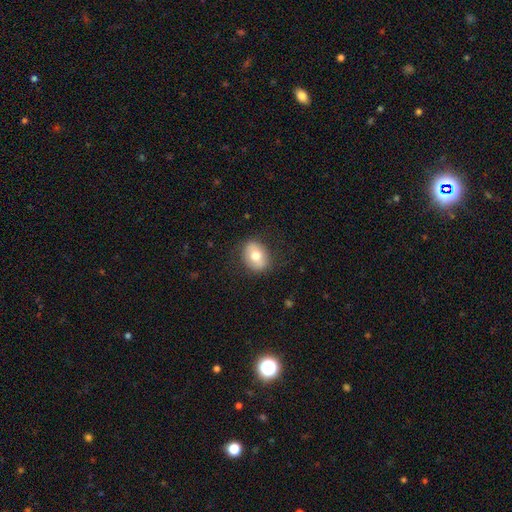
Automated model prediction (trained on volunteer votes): Overall: smooth (69%). How rounded: in between (59%; round 40%). Merging: none (83%).